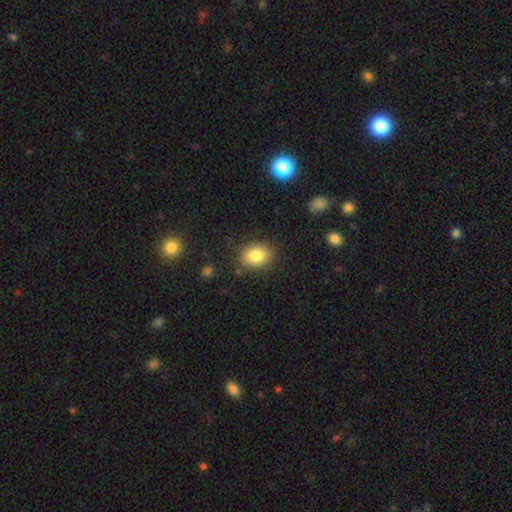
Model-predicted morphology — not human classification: type=smooth (83%); roundness=in between (61%); merging=none (83%).